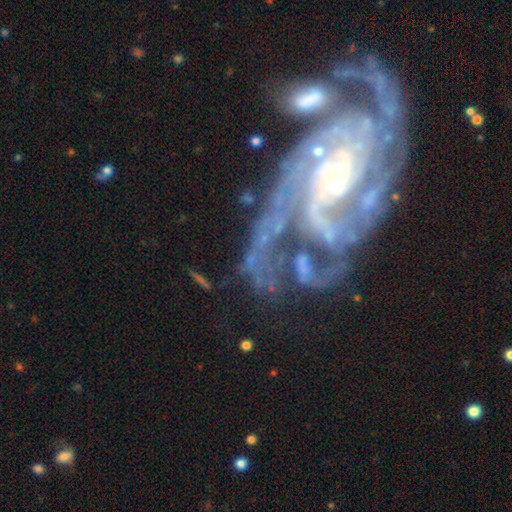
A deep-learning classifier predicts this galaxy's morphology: The model was most divided on "spiral winding": medium: 39%, tight: 37%, loose: 24%. Remaining: edge-on disk — no (95%); spiral arms — yes (84%); smooth or featured — featured or disk (78%); bulge size — small (49%); bar — no (47%); merging — none (38%); spiral arm count — 2 (37%).